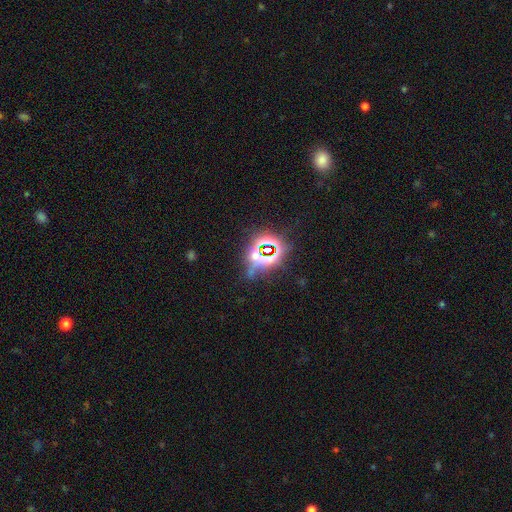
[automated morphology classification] Smooth or featured?
  - star or artifact: 75% *
  - smooth: 15%
  - featured or disk: 10%